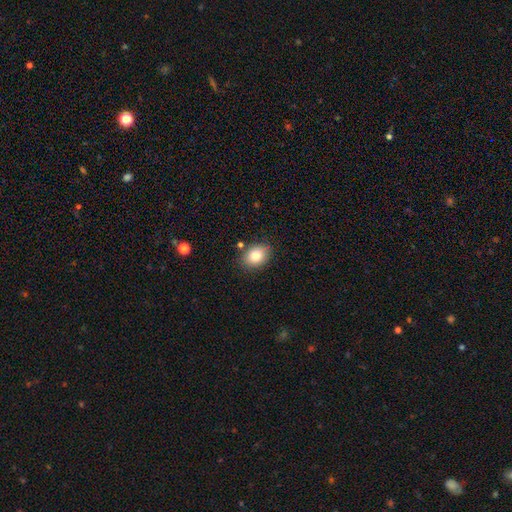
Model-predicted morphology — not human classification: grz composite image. It shows a smooth galaxy with no disk features (81%) that is in between round and cigar-shaped (60%). Merging: none (82%).